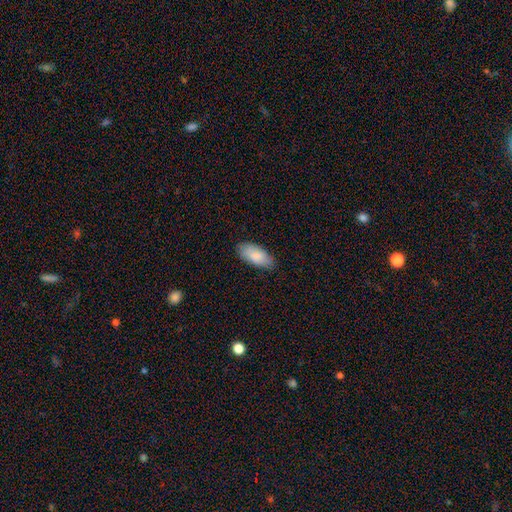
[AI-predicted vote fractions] This is clearly a smooth galaxy (86%). How rounded: clearly in between (91%). Merging: clearly none (82%).